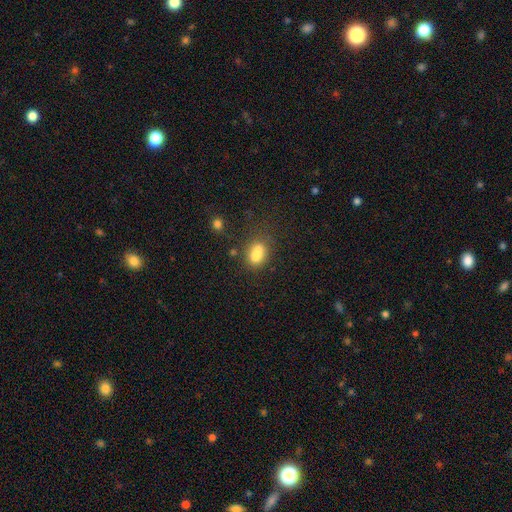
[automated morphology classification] This appears to be a smooth galaxy with no disk features (78%) that is in between round and cigar-shaped (73%). Merging: none (62%).